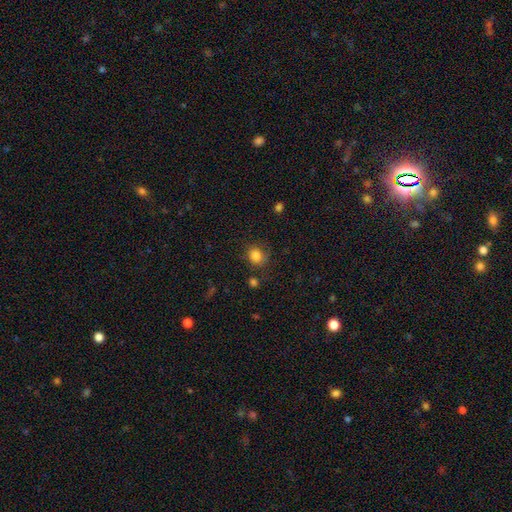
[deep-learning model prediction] A smooth galaxy with no disk features (82%) that is round (75%).

Vote fractions:
- Smooth or featured? smooth: 82% / star or artifact: 10% / featured or disk: 7%
- How rounded? round: 75% / in between: 24% / cigar-shaped: 1%
- Merging? none: 69% / minor disturbance: 20% / major disturbance: 8% / merger: 4%